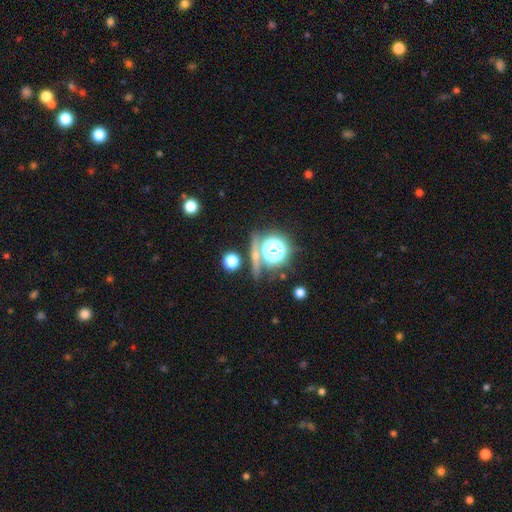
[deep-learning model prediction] Q: Smooth or featured?
A: star or artifact (46%); runner-up: smooth (35%)